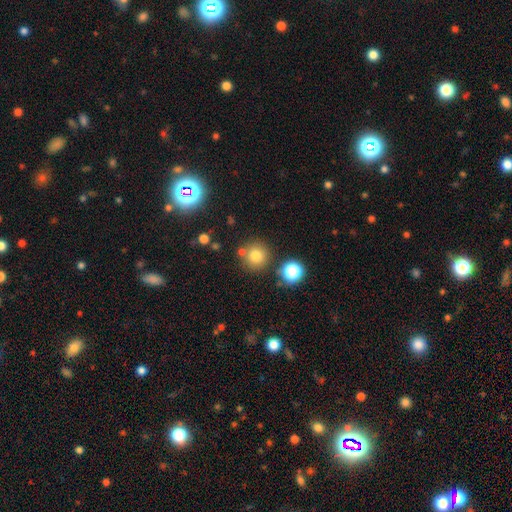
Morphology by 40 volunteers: type=smooth (70%); roundness=round (100%); merging=none (62%).